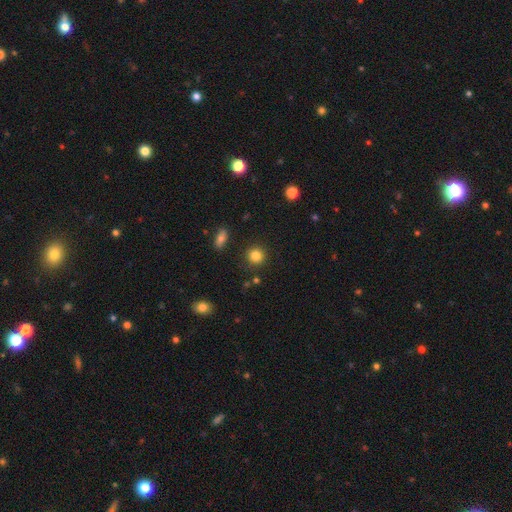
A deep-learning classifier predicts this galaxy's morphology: Smooth or featured? Predicted: smooth (p=0.83). How rounded? Predicted: round (p=0.91). Merging? Predicted: none (p=0.89).